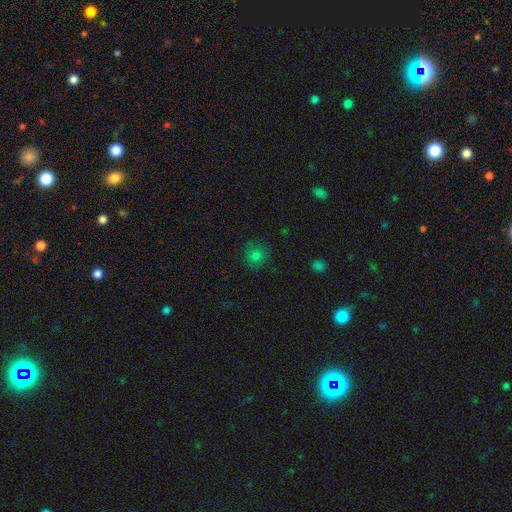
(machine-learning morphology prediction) smooth-or-featured: smooth: 78% | star or artifact: 15% | featured or disk: 7%
  how-rounded: round: 87% | in between: 12% | cigar-shaped: 1%
  merging: none: 80% | minor disturbance: 15% | major disturbance: 4% | merger: 1%